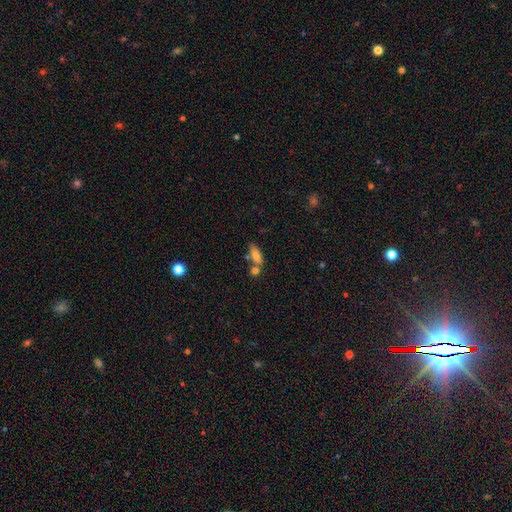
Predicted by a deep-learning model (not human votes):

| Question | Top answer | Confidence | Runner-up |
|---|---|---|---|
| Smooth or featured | smooth | 76% | featured or disk (15%) |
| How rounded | in between | 75% | cigar-shaped (21%) |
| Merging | none | 51% | merger (31%) |